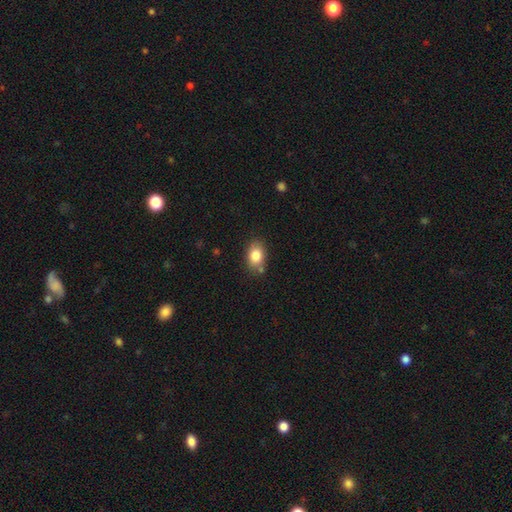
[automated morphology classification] Q: Smooth or featured?
A: smooth (83%); runner-up: featured or disk (9%)
Q: How rounded?
A: in between (78%); runner-up: round (20%)
Q: Merging?
A: none (75%); runner-up: minor disturbance (16%)